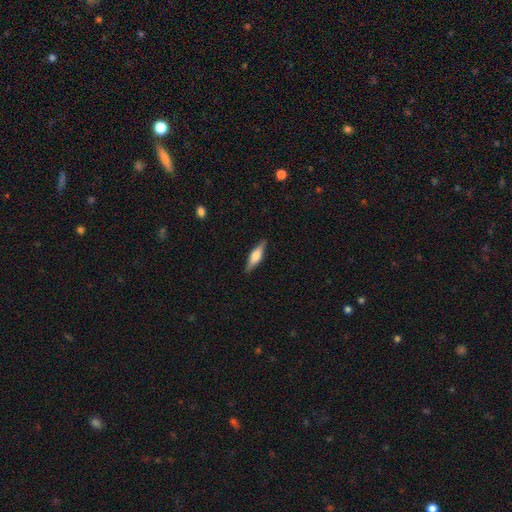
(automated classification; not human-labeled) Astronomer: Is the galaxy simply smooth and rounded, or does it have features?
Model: featured or disk — 58% (runner-up: smooth, 35%).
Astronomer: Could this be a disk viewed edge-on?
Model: yes — 96%.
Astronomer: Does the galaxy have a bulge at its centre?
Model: rounded — 83%.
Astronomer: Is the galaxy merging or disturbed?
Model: none — 89%.